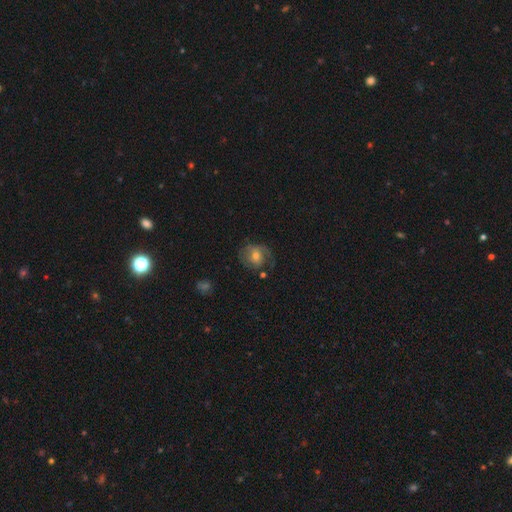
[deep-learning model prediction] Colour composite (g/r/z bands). It shows a featured or disk galaxy (61%) with no bar (59%), spiral arms (83%) and a moderate central bulge (58%). Merging: none (58%).